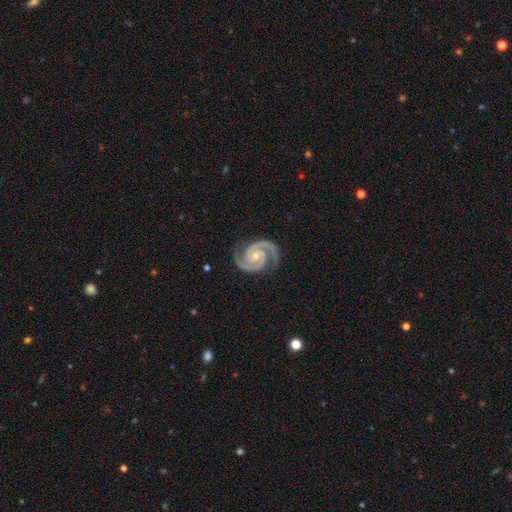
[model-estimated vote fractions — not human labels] smooth_or_featured: featured or disk (p=0.95) [alt: star or artifact p=0.03]
disk_edge_on: no (p=0.98) [alt: yes p=0.02]
bar: no (p=0.67) [alt: weak p=0.25]
has_spiral_arms: yes (p=0.99) [alt: no p=0.01]
spiral_winding: tight (p=0.59) [alt: medium p=0.37]
spiral_arm_count: 2 (p=0.94) [alt: 3 p=0.02]
bulge_size: small (p=0.56) [alt: moderate p=0.39]
merging: none (p=0.85) [alt: minor disturbance p=0.12]